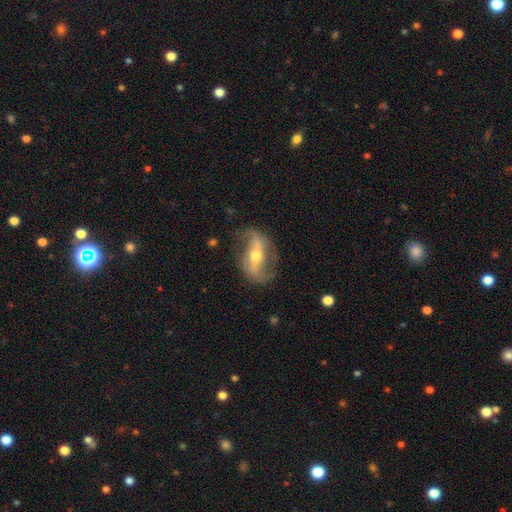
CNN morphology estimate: Overall: featured or disk (82%). Edge-on disk: no (90%). Bar: strong (52%; weak 27%). Spiral arms: yes (89%). Spiral arm count: 2 (88%). Spiral winding: loose (60%; medium 29%). Bulge size: moderate (57%; small 38%). Merging: none (72%).